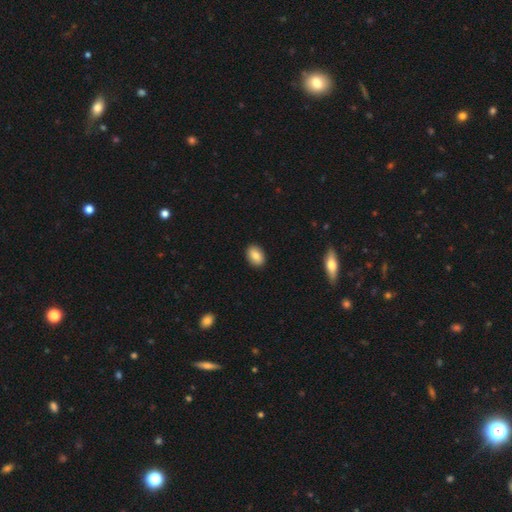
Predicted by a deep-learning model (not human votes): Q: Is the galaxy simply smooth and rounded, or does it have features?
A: smooth — 85%.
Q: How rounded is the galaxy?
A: in between — 84%.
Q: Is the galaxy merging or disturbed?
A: none — 90%.